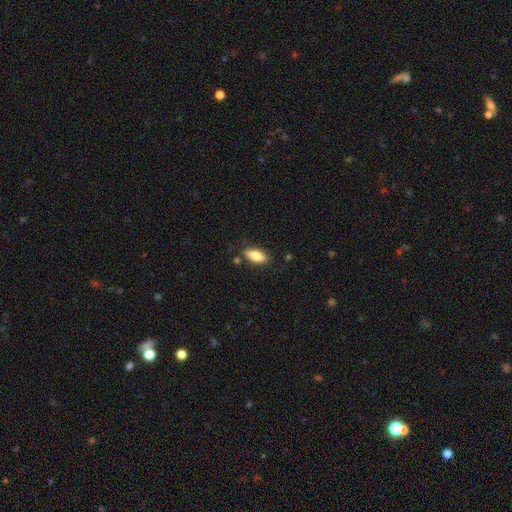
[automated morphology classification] Smooth or featured?
  - smooth: 71% *
  - featured or disk: 22%
  - star or artifact: 7%
How rounded?
  - in between: 80% *
  - cigar-shaped: 17%
  - round: 3%
Merging?
  - none: 82% *
  - minor disturbance: 12%
  - merger: 3%
  - major disturbance: 3%